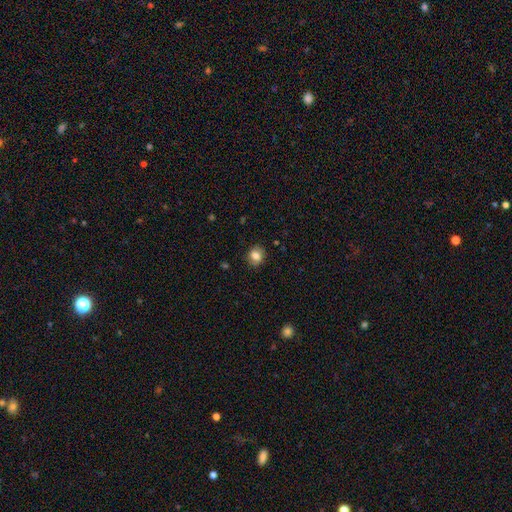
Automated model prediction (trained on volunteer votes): smooth 82%, star or artifact 10%, featured or disk 8%. Down the decision tree: how rounded — round (74%); merging — none (87%).